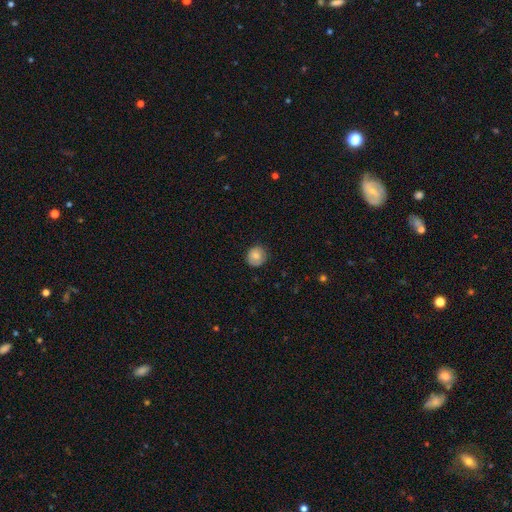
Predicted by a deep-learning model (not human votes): Smooth or featured? Predicted: smooth (p=0.80). How rounded? Predicted: round (p=0.88). Merging? Predicted: none (p=0.82).